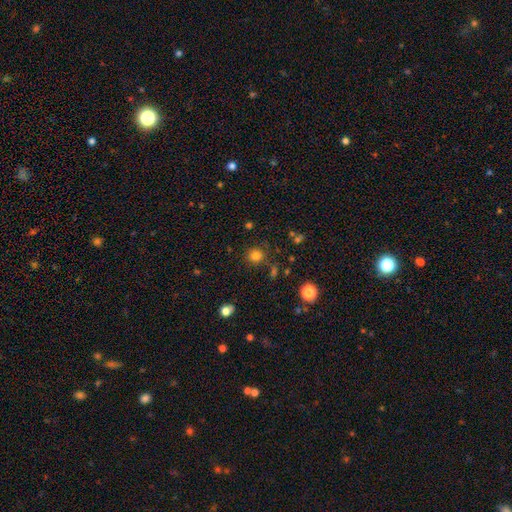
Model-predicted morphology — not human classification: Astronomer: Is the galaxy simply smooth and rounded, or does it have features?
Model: smooth — 80%.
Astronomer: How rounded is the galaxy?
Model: round — 88%.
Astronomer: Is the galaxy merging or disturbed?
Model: none — 83%.